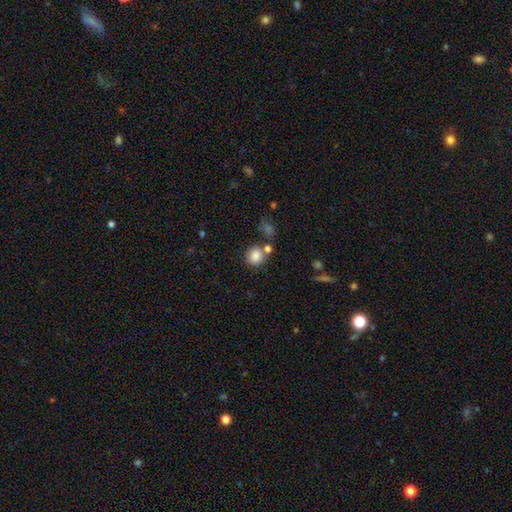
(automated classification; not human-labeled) This is clearly a smooth galaxy (84%). How rounded: clearly round (84%). Merging: likely none (64%).